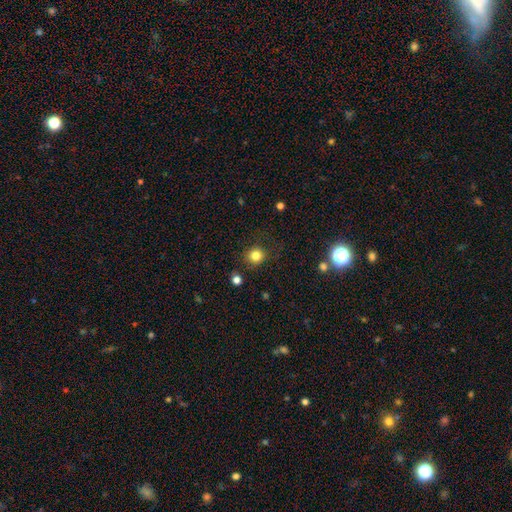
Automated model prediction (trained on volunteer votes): A smooth galaxy with no disk features (82%) that is round (90%).

Vote fractions:
- Smooth or featured? smooth: 82% / star or artifact: 13% / featured or disk: 6%
- How rounded? round: 90% / in between: 10% / cigar-shaped: 1%
- Merging? none: 83% / minor disturbance: 10% / major disturbance: 4% / merger: 2%